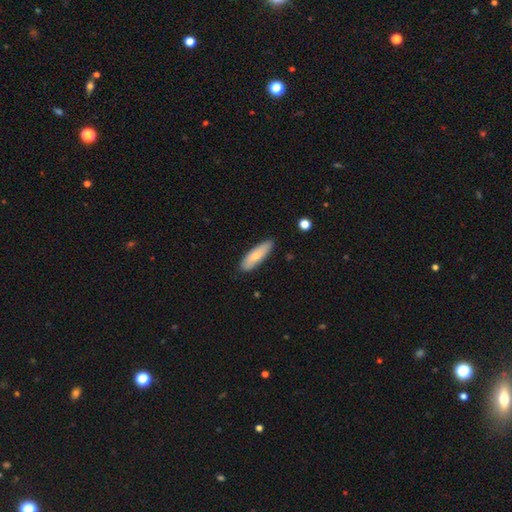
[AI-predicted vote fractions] smooth_or_featured: smooth (p=0.74) [alt: featured or disk p=0.20]
how_rounded: cigar-shaped (p=0.52) [alt: in between p=0.46]
merging: none (p=0.84) [alt: minor disturbance p=0.12]